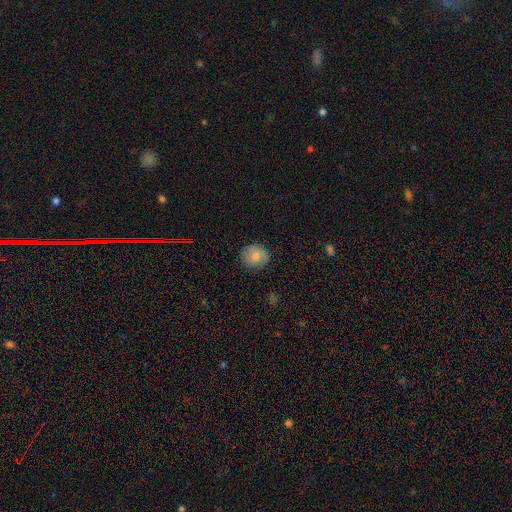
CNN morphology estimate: The model was most divided on "smooth or featured": smooth: 70%, featured or disk: 22%, star or artifact: 8%. More confident: how rounded — round (82%); merging — none (81%).